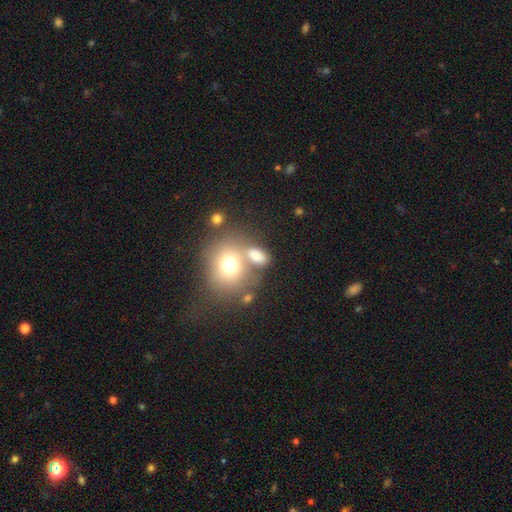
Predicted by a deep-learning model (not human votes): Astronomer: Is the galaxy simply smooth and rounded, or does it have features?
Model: smooth — 77%.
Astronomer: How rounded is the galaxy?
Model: in between — 69%.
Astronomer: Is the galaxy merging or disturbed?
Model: none — 47% (runner-up: merger, 32%).